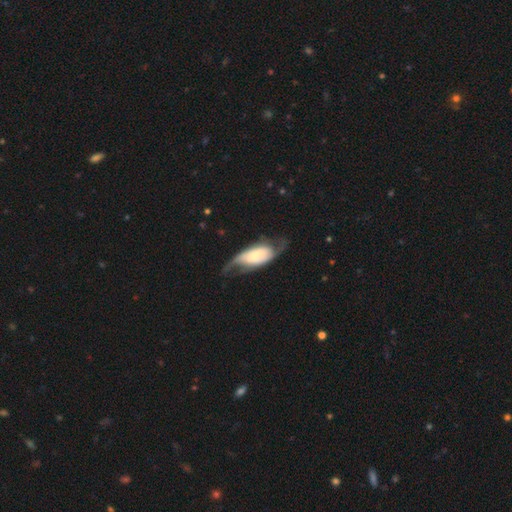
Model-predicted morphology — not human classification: A featured or disk galaxy (65%) with no bar (43%), spiral arms (83%) and a small central bulge (44%).

Vote fractions:
- Smooth or featured? featured or disk: 65% / smooth: 29% / star or artifact: 6%
- Edge-on disk? no: 88% / yes: 12%
- Bar? no: 43% / weak: 34% / strong: 23%
- Spiral arms? yes: 83% / no: 17%
- Bulge size? small: 44% / moderate: 24% / large: 14% / none: 13% / dominant: 5%
- Merging? none: 45% / major disturbance: 27% / minor disturbance: 25% / merger: 3%